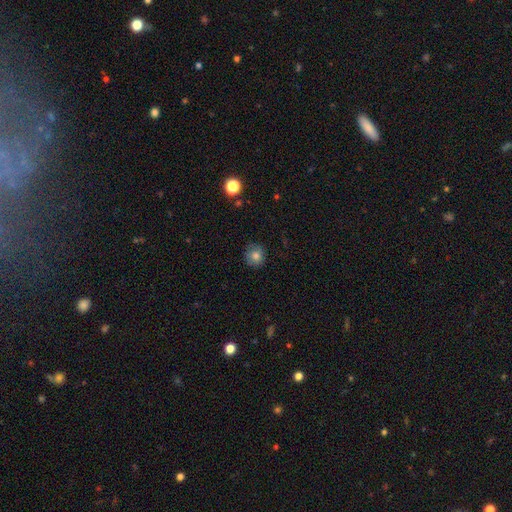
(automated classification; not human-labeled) This is likely a smooth galaxy (78%). How rounded: clearly round (87%). Merging: likely none (80%).